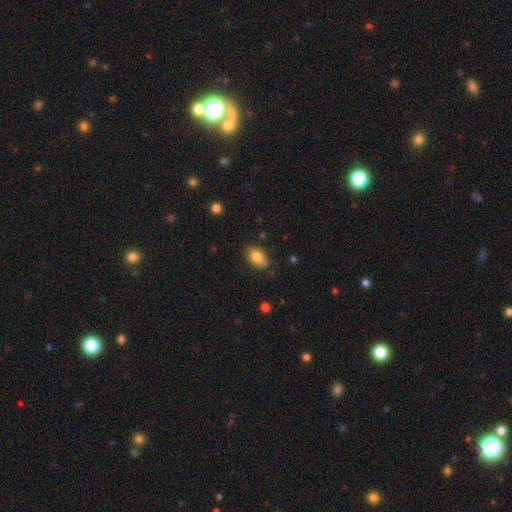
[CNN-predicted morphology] This is clearly a smooth galaxy (83%). How rounded: clearly in between (88%). Merging: likely none (72%).